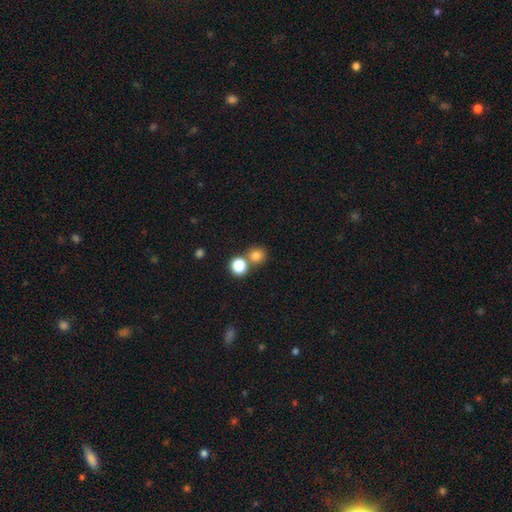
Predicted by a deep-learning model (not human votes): Q: Smooth or featured?
A: smooth (80%); runner-up: star or artifact (13%)
Q: How rounded?
A: round (88%); runner-up: in between (11%)
Q: Merging?
A: none (61%); runner-up: merger (29%)